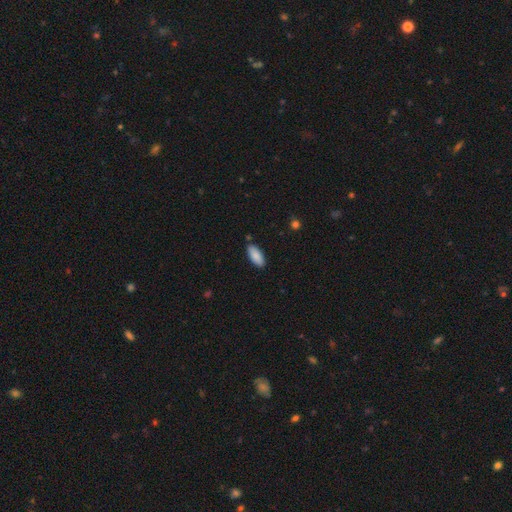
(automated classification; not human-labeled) Morphology: type=smooth (88%); roundness=in between (87%); merging=none (86%).